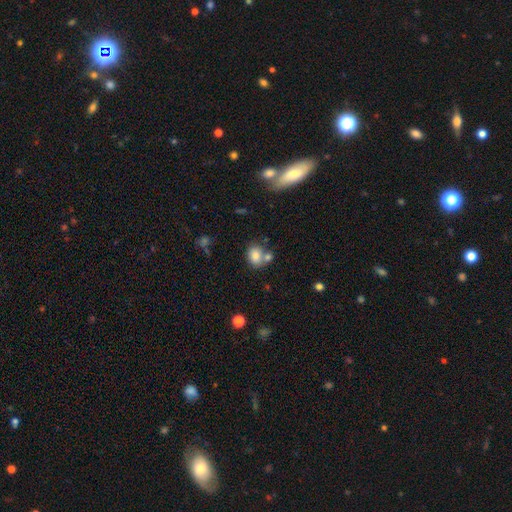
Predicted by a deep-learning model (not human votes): Morphology: type=smooth (80%); roundness=round (52%); merging=none (55%).